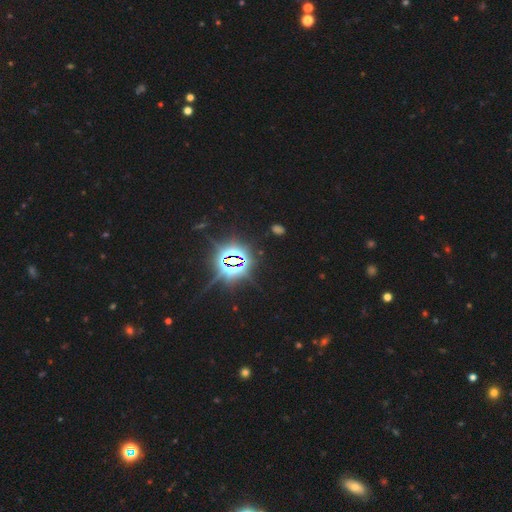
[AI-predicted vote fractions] Morphology: type=star or artifact (81%).